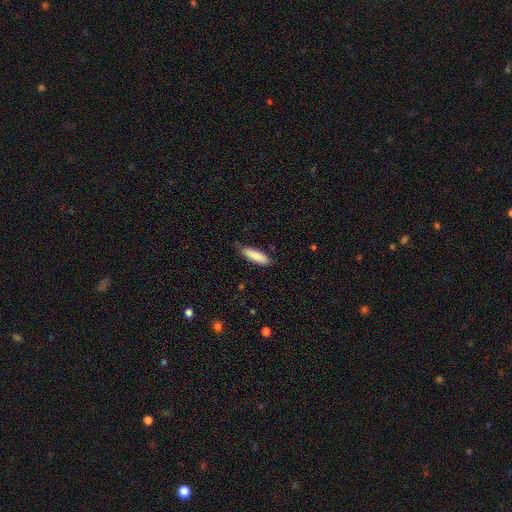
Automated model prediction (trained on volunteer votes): This is clearly a smooth galaxy (85%). How rounded: possibly cigar-shaped (55%). Merging: likely none (79%).